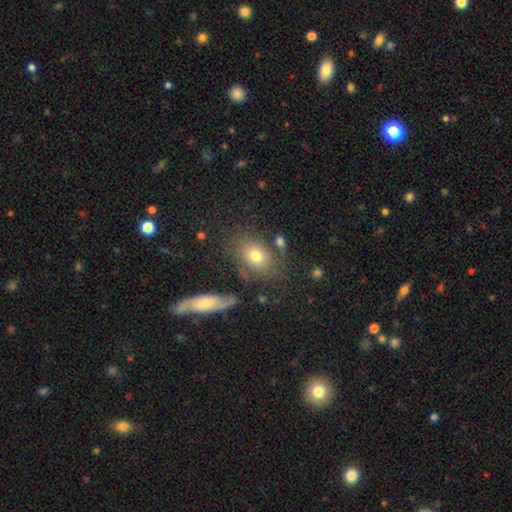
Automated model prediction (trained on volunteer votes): Q: Smooth or featured?
A: smooth (69%); runner-up: featured or disk (20%)
Q: How rounded?
A: in between (69%); runner-up: round (29%)
Q: Merging?
A: none (65%); runner-up: minor disturbance (16%)